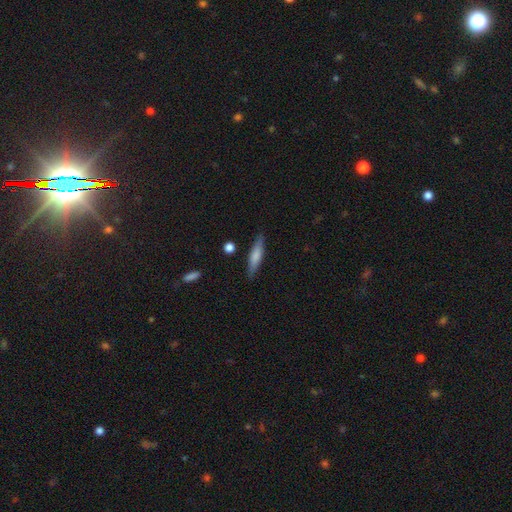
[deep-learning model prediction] A smooth galaxy with no disk features (69%) that is cigar-shaped (80%). Merging: none (85%).